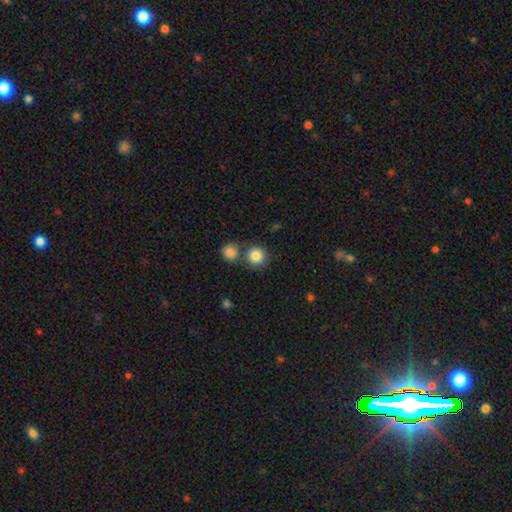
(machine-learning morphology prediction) The model was most divided on "merging": none: 64%, merger: 25%, minor disturbance: 8%, major disturbance: 3%. More confident: how rounded — round (91%); smooth or featured — smooth (85%).